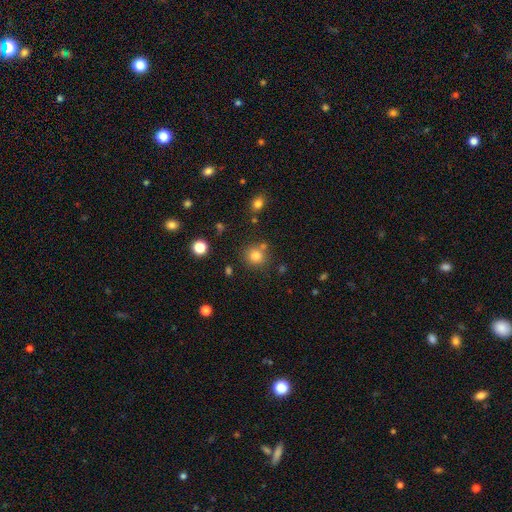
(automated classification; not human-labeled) smooth 80%, star or artifact 13%, featured or disk 7%. Down the decision tree: how rounded — round (89%); merging — none (75%).